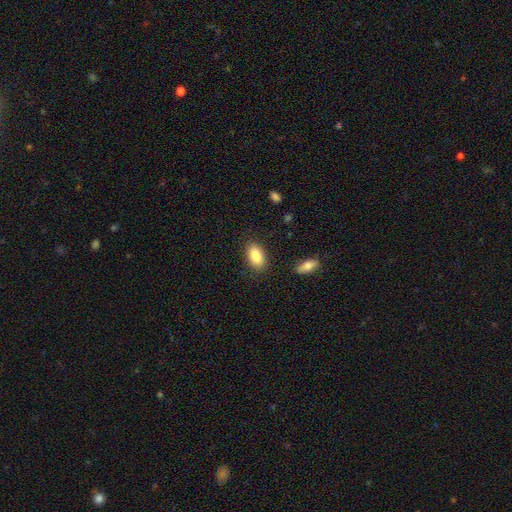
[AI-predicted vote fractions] Overall: smooth (86%). How rounded: in between (91%). Merging: none (85%).